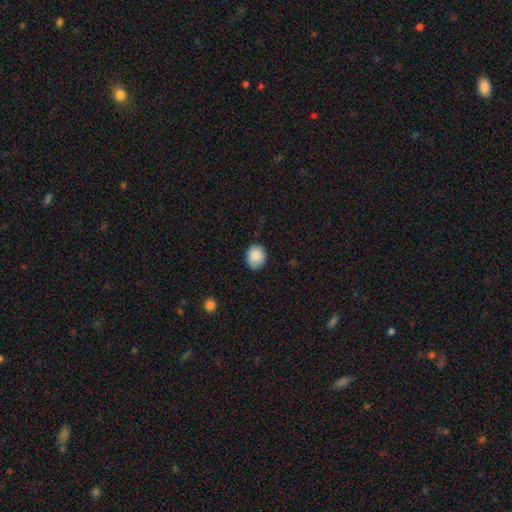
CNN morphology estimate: Smooth or featured? Predicted: smooth (p=0.87). How rounded? Predicted: round (p=0.66). Merging? Predicted: none (p=0.82).